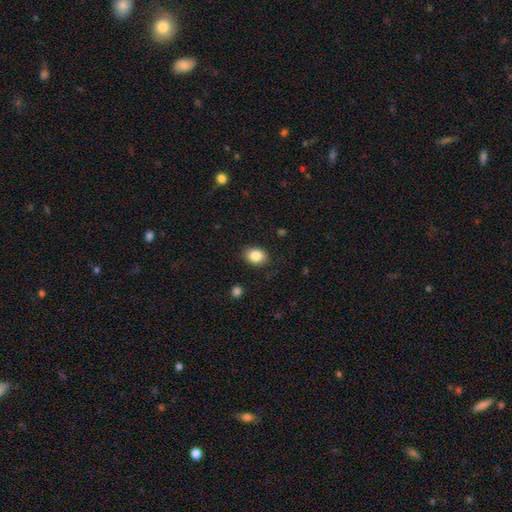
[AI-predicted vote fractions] This is clearly a smooth galaxy (86%). How rounded: likely in between (64%). Merging: clearly none (86%).